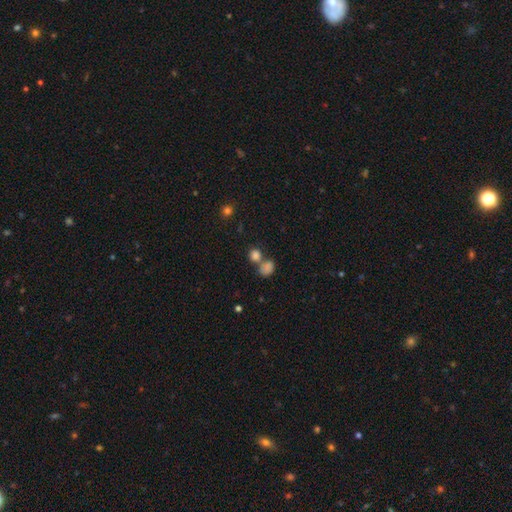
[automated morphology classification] Smooth or featured?
  - smooth: 81% *
  - star or artifact: 12%
  - featured or disk: 7%
How rounded?
  - round: 72% *
  - in between: 26%
  - cigar-shaped: 1%
Merging?
  - merger: 44% *
  - none: 43%
  - minor disturbance: 8%
  - major disturbance: 4%